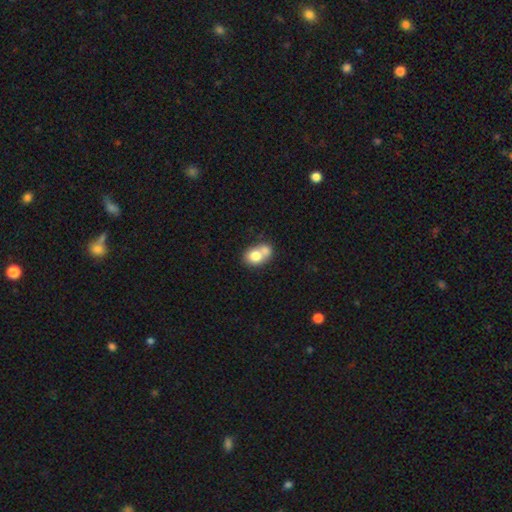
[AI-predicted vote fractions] Q: Smooth or featured?
A: smooth (73%); runner-up: featured or disk (18%)
Q: How rounded?
A: in between (53%); runner-up: round (46%)
Q: Merging?
A: merger (56%); runner-up: none (29%)